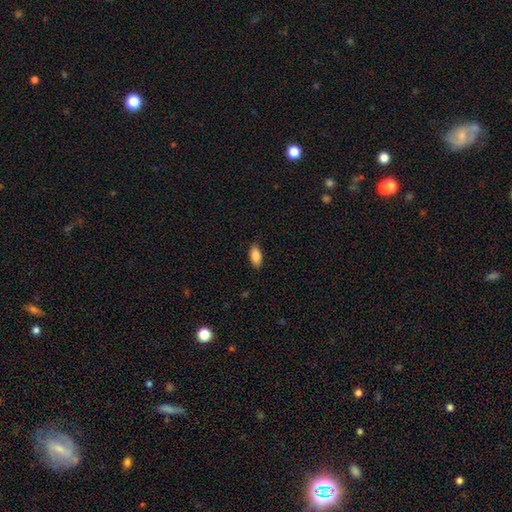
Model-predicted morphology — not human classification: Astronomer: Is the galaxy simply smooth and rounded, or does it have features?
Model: smooth — 87%.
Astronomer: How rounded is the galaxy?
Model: in between — 90%.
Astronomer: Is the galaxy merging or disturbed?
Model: none — 87%.